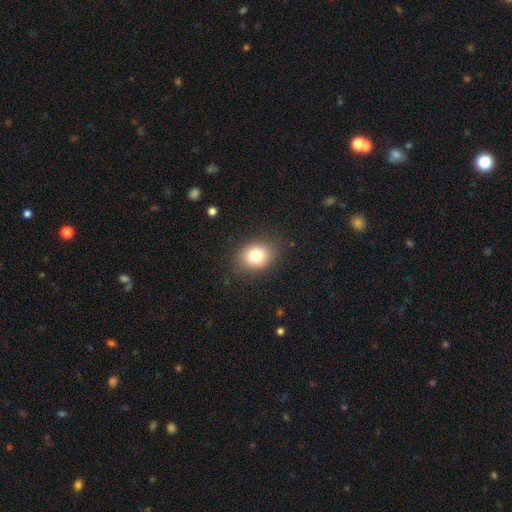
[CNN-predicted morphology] Q: Smooth or featured?
A: smooth (80%); runner-up: star or artifact (10%)
Q: How rounded?
A: in between (52%); runner-up: round (47%)
Q: Merging?
A: none (84%); runner-up: minor disturbance (11%)